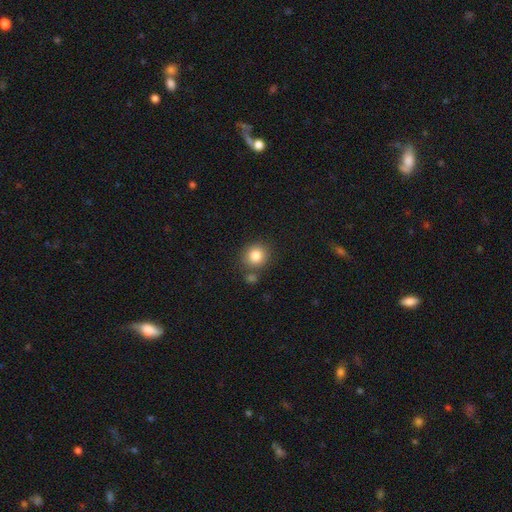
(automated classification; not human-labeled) The model was most divided on "merging": none: 75%, merger: 12%, minor disturbance: 10%, major disturbance: 3%. More confident: how rounded — round (85%); smooth or featured — smooth (83%).